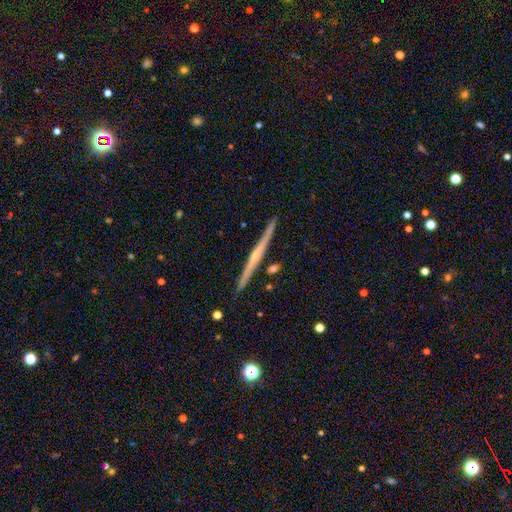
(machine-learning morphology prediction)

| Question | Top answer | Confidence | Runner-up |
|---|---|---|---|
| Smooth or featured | featured or disk | 77% | smooth (17%) |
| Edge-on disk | yes | 98% | no (2%) |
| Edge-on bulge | rounded | 64% | none (30%) |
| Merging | none | 91% | minor disturbance (6%) |